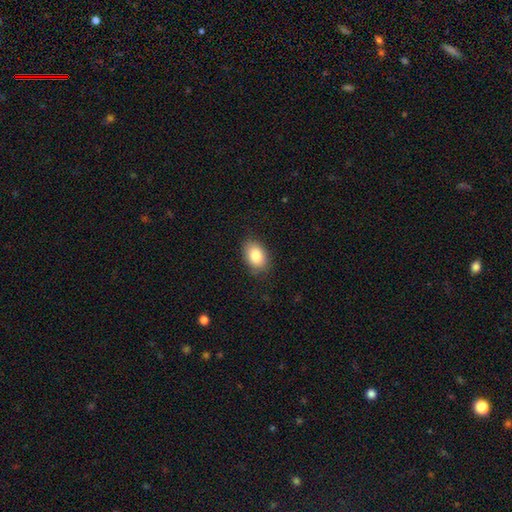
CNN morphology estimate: This is clearly a smooth galaxy (84%). How rounded: clearly in between (84%). Merging: clearly none (82%).